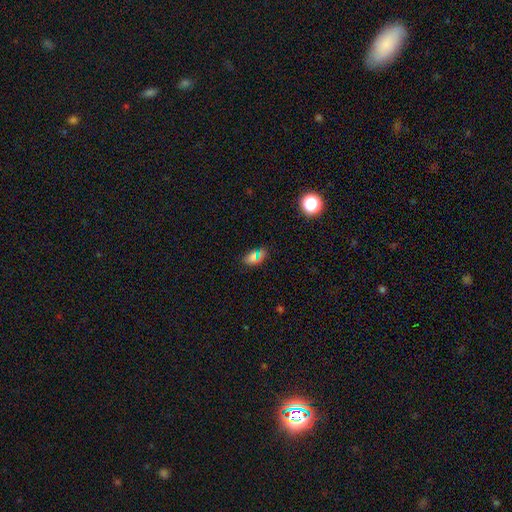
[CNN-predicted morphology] Smooth or featured: smooth — 63% (star or artifact — 24%)
How rounded: in between — 84% (round — 12%)
Merging: none — 77% (minor disturbance — 14%)